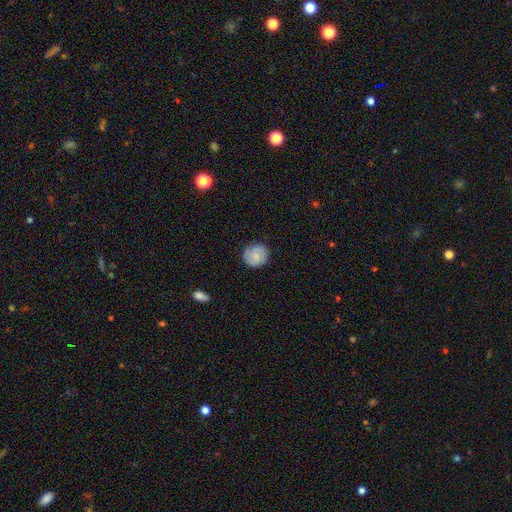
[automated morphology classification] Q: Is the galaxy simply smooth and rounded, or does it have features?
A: smooth — 69%.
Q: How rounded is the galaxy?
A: round — 88%.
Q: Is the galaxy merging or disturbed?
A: none — 86%.